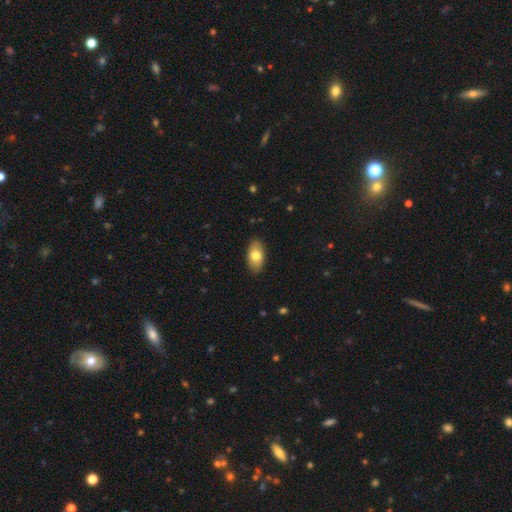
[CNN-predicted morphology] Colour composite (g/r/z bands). It shows a smooth galaxy with no disk features (76%) that is in between round and cigar-shaped (93%). Merging: none (88%).